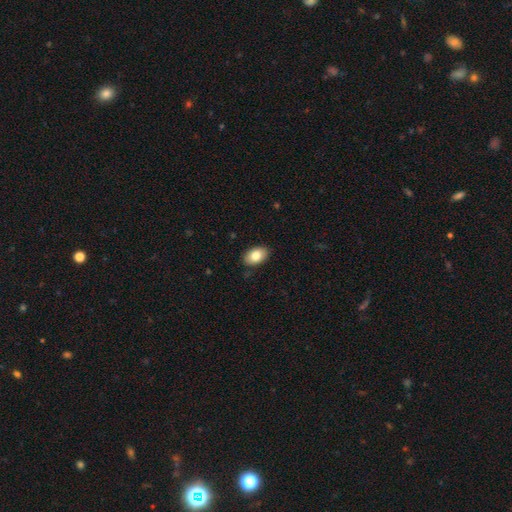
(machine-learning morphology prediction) Smooth or featured? Predicted: smooth (p=0.81). How rounded? Predicted: in between (p=0.90). Merging? Predicted: none (p=0.87).